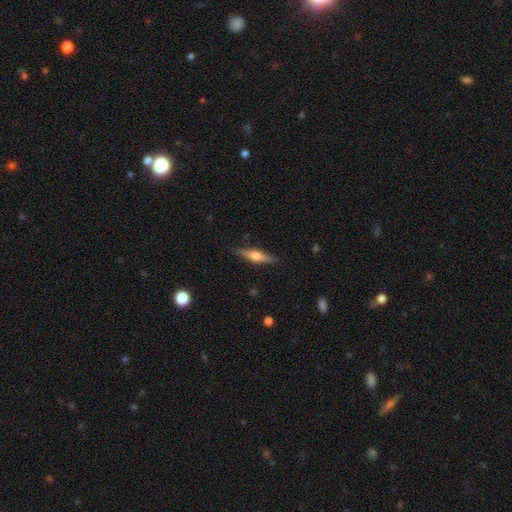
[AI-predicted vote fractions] This is likely a featured or disk galaxy (63%). It is clearly viewed edge-on (97%). Edge-on bulge: clearly rounded (92%). Merging: clearly none (88%).